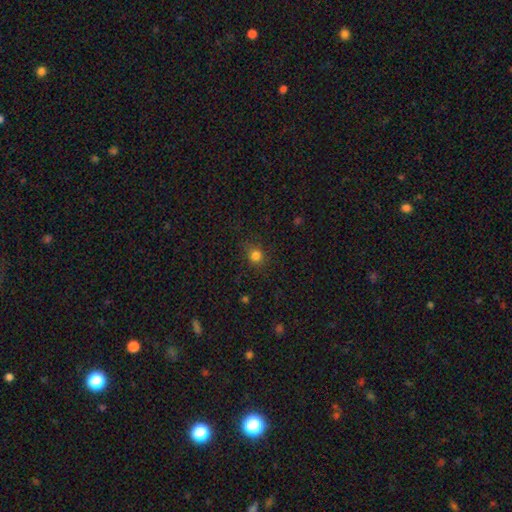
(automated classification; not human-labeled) This appears to be a smooth galaxy with no disk features (80%) that is round (84%). Merging: none (82%).